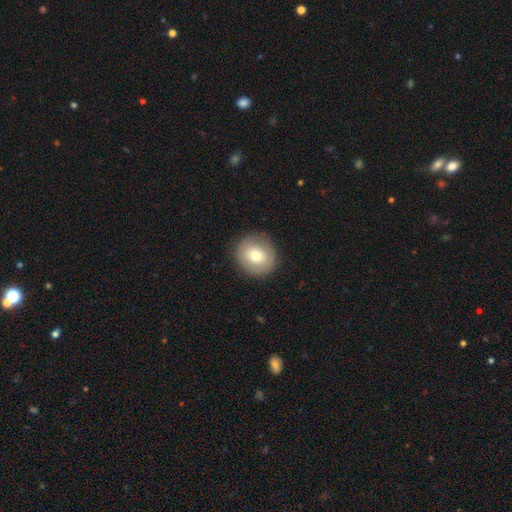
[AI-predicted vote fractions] Smooth or featured?
  - smooth: 70% *
  - featured or disk: 22%
  - star or artifact: 8%
How rounded?
  - round: 88% *
  - in between: 11%
  - cigar-shaped: 1%
Merging?
  - none: 87% *
  - minor disturbance: 9%
  - major disturbance: 3%
  - merger: 1%